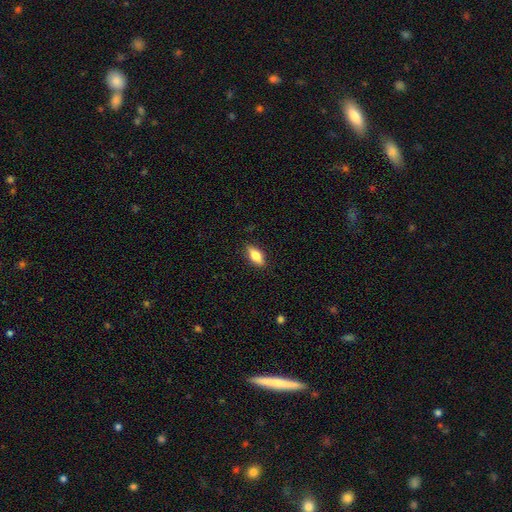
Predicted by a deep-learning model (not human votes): Smooth or featured? smooth (73%)
How rounded? in between (77%)
Merging? none (87%)